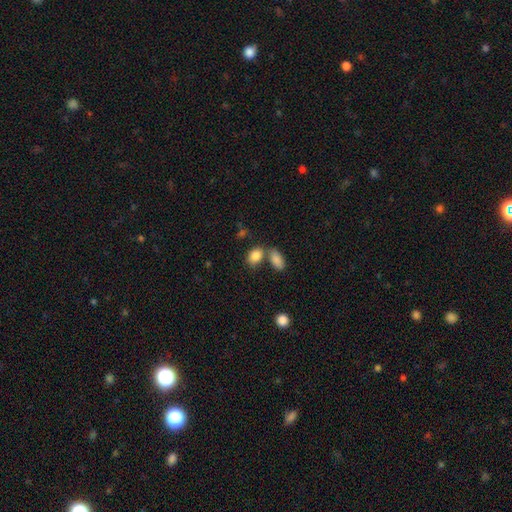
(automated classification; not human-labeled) This is clearly a smooth galaxy (86%). How rounded: clearly in between (83%). Merging: possibly none (53%).